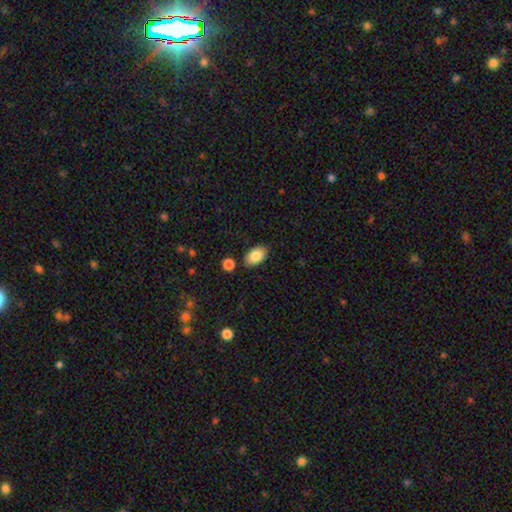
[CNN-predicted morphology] Smooth or featured? smooth (85%)
How rounded? in between (92%)
Merging? none (84%)